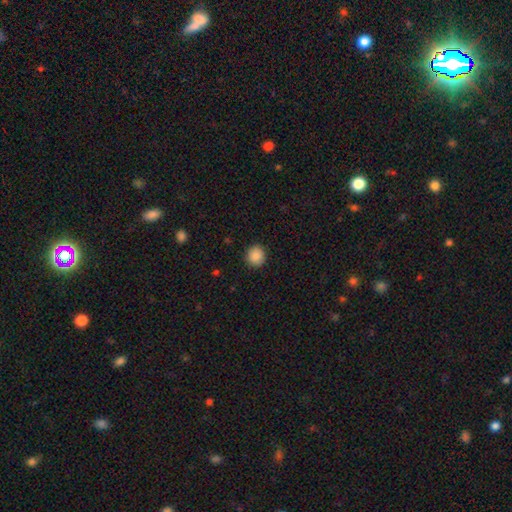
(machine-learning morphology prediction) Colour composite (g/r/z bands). It shows a smooth galaxy with no disk features (88%) that is round (89%). Merging: none (91%).